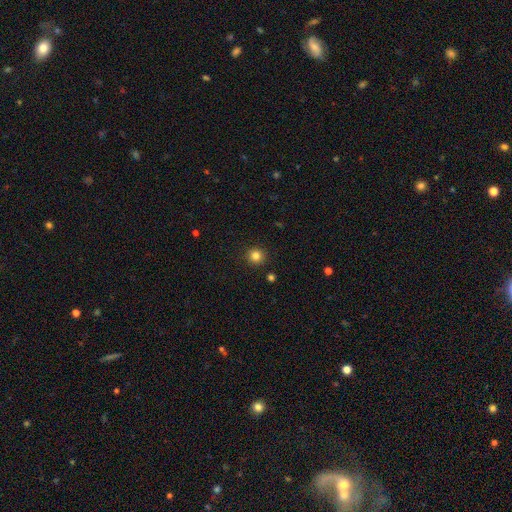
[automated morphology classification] This is clearly a smooth galaxy (83%). How rounded: clearly round (94%). Merging: clearly none (92%).